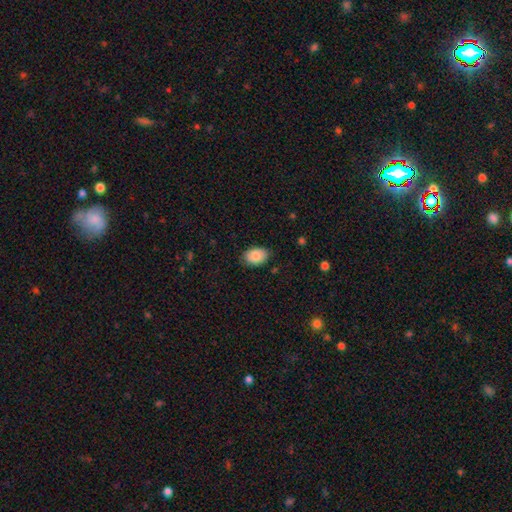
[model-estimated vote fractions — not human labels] Smooth or featured? smooth (86%)
How rounded? in between (83%)
Merging? none (83%)